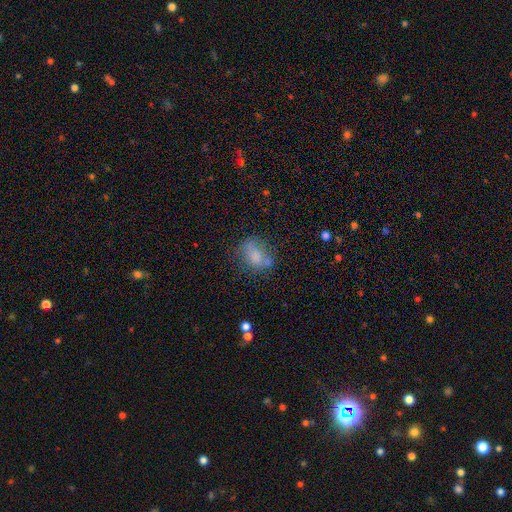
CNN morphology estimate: Overall: smooth (67%). How rounded: in between (70%). Merging: none (49%; minor disturbance 24%).